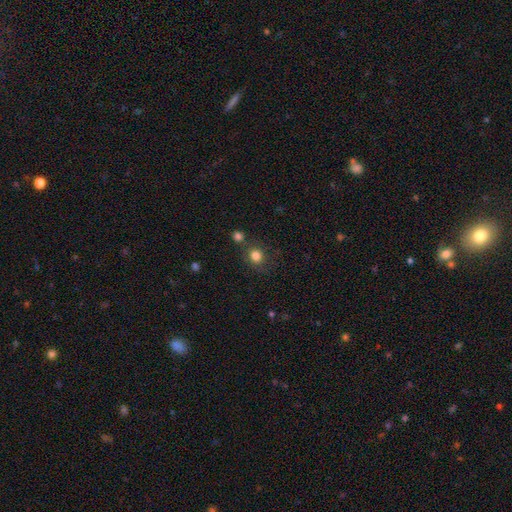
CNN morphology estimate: This is clearly a smooth galaxy (81%). How rounded: clearly round (82%). Merging: likely none (71%).